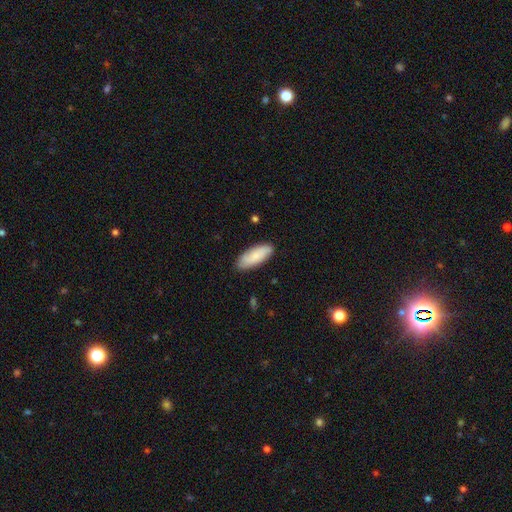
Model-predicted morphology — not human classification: smooth_or_featured: smooth (p=0.78) [alt: featured or disk p=0.17]
how_rounded: in between (p=0.76) [alt: cigar-shaped p=0.22]
merging: none (p=0.85) [alt: minor disturbance p=0.11]